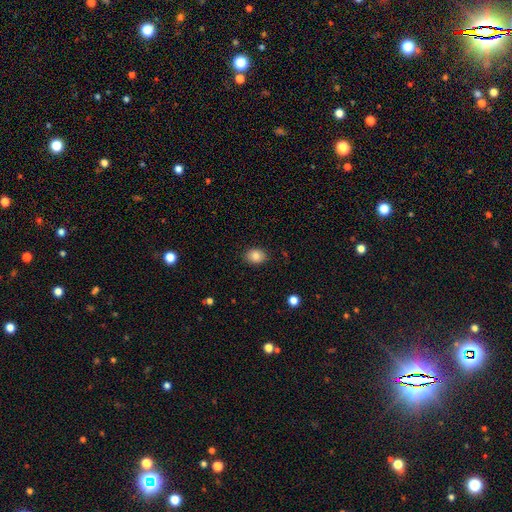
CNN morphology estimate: Q: Smooth or featured?
A: smooth (84%); runner-up: star or artifact (9%)
Q: How rounded?
A: in between (60%); runner-up: round (39%)
Q: Merging?
A: none (87%); runner-up: minor disturbance (9%)